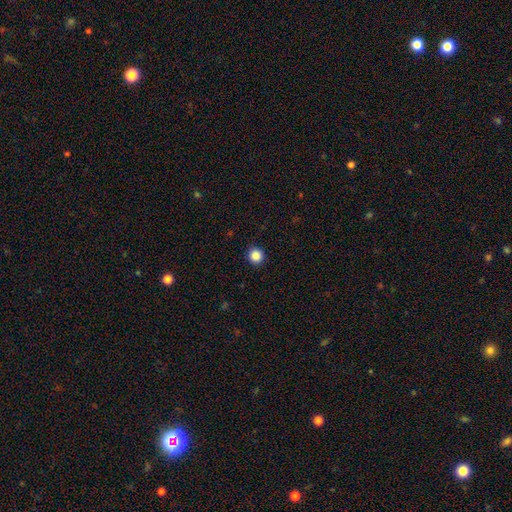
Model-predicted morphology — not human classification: smooth_or_featured: smooth (p=0.87) [alt: star or artifact p=0.10]
how_rounded: round (p=0.95) [alt: in between p=0.04]
merging: none (p=0.93) [alt: minor disturbance p=0.05]